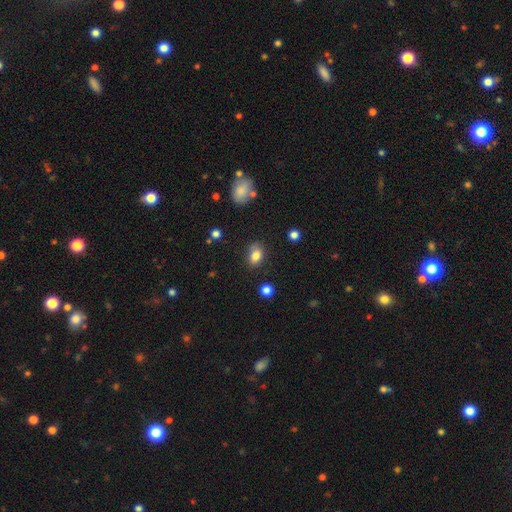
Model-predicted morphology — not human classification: The model was most divided on "merging": none: 73%, minor disturbance: 19%, major disturbance: 5%, merger: 3%. More confident: smooth or featured — smooth (83%); how rounded — in between (76%).